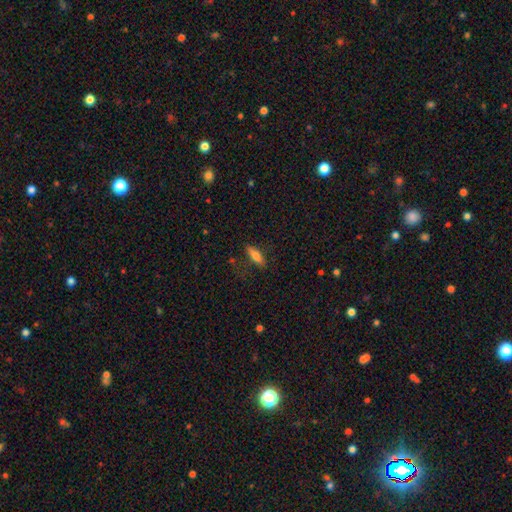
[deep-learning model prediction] smooth_or_featured: smooth (p=0.73) [alt: featured or disk p=0.19]
how_rounded: in between (p=0.53) [alt: cigar-shaped p=0.45]
merging: none (p=0.77) [alt: minor disturbance p=0.17]